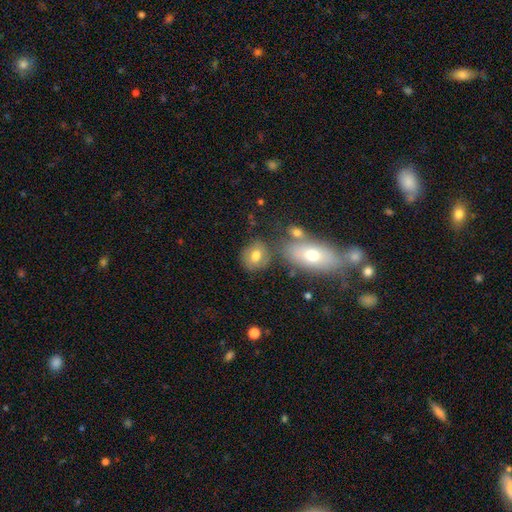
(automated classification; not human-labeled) Smooth or featured? Predicted: smooth (p=0.68). How rounded? Predicted: round (p=0.58). Merging? Predicted: none (p=0.66).